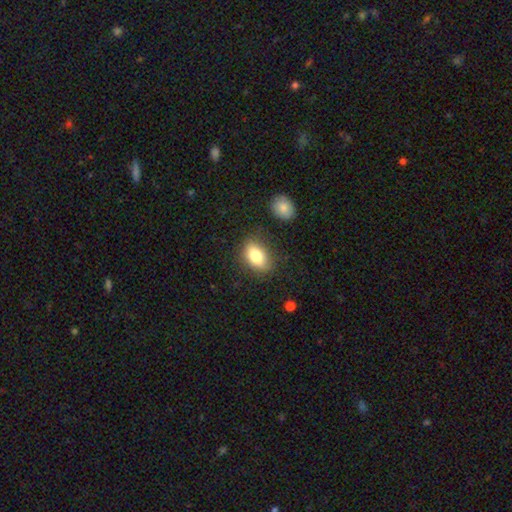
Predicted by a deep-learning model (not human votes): The model was most divided on "merging": none: 78%, minor disturbance: 15%, major disturbance: 4%, merger: 3%. More confident: how rounded — in between (88%); smooth or featured — smooth (81%).